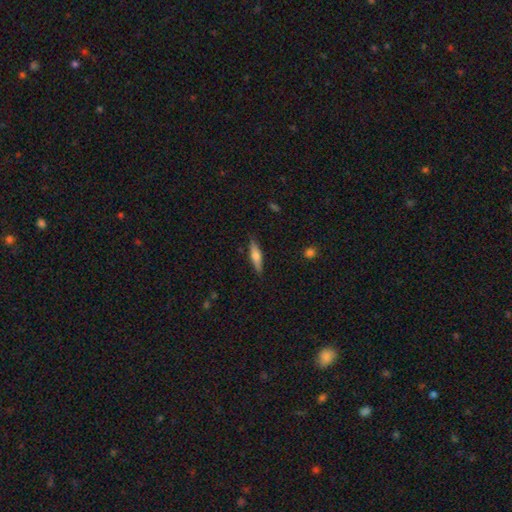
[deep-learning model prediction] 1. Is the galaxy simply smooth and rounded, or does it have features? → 57% smooth, 37% featured or disk, 6% star or artifact.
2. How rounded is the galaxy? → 73% cigar-shaped, 25% in between, 2% round.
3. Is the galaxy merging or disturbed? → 86% none, 11% minor disturbance, 2% major disturbance, 1% merger.